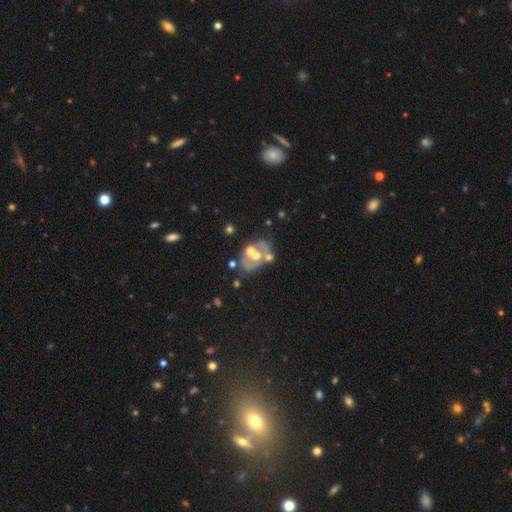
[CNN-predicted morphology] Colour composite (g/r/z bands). It shows a featured or disk galaxy (56%) with no bar (86%), no spiral arms (87%) and a moderate central bulge (61%). Merging: none (40%).